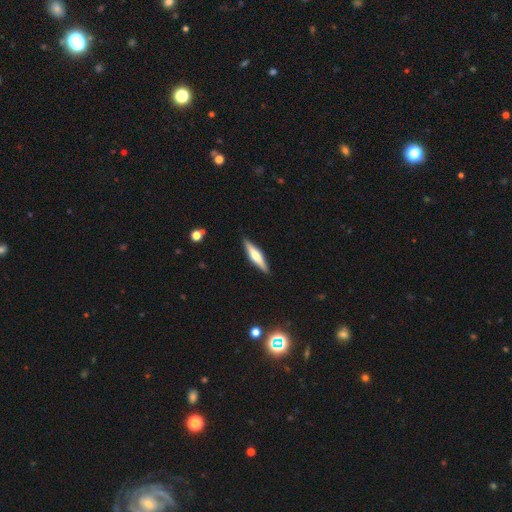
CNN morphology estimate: A featured or disk galaxy (55%) viewed edge-on (96%) with a rounded central bulge (76%). Merging: none (89%).